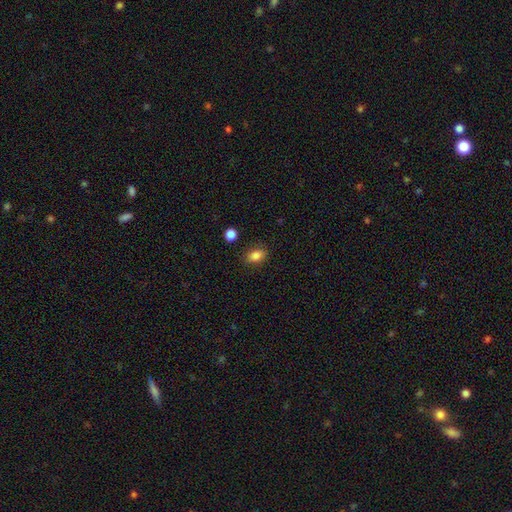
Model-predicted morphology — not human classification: Smooth or featured?
  - smooth: 85% *
  - star or artifact: 10%
  - featured or disk: 5%
How rounded?
  - in between: 79% *
  - round: 18%
  - cigar-shaped: 2%
Merging?
  - none: 84% *
  - minor disturbance: 11%
  - major disturbance: 3%
  - merger: 2%